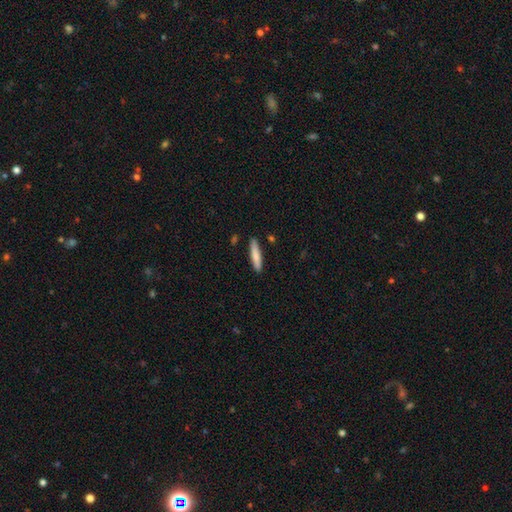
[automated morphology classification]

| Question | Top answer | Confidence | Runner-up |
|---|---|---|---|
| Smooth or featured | smooth | 80% | featured or disk (15%) |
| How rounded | cigar-shaped | 87% | in between (12%) |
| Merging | none | 88% | minor disturbance (9%) |